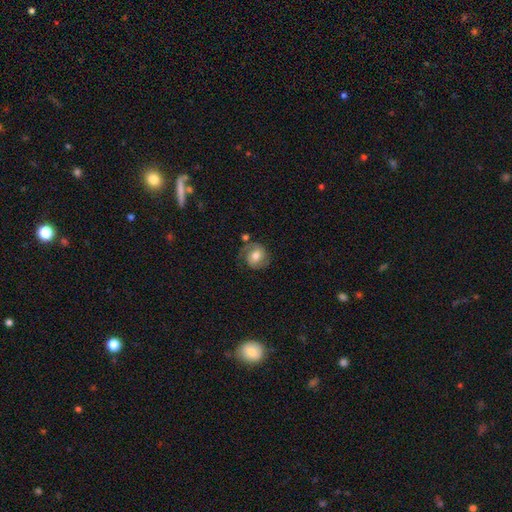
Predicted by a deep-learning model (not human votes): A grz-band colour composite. It shows a featured or disk galaxy (48%). Merging: none (64%).